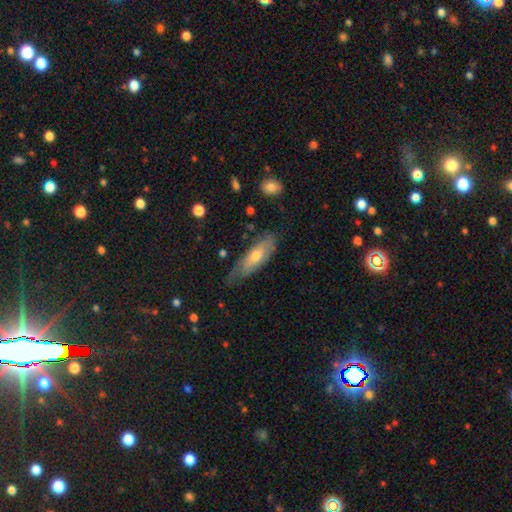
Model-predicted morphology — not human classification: Smooth or featured: smooth — 52% (featured or disk — 42%)
How rounded: in between — 54% (cigar-shaped — 43%)
Merging: none — 60% (minor disturbance — 29%)